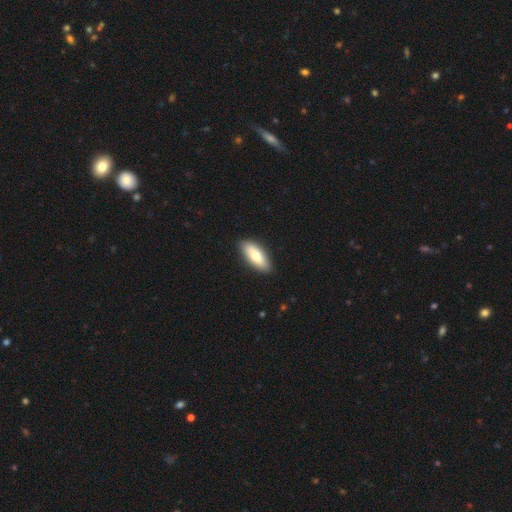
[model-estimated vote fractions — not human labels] Smooth or featured? smooth (75%)
How rounded? in between (76%)
Merging? none (89%)